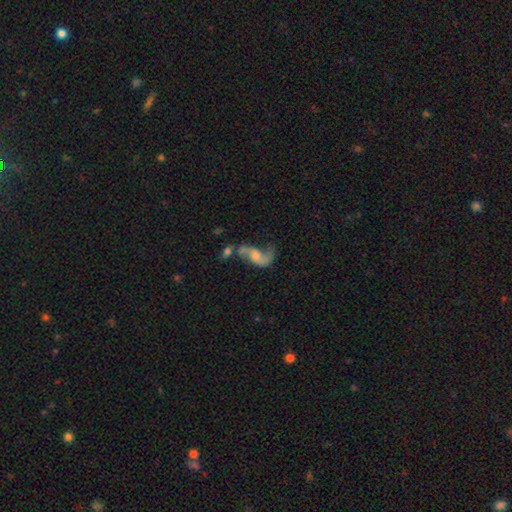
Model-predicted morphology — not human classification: The model was most divided on "bulge size": moderate: 34%, small: 31%, none: 24%, large: 10%, dominant: 2%. Remaining: edge-on disk — no (96%); spiral arms — yes (92%); spiral arm count — 2 (86%); spiral winding — loose (82%); smooth or featured — featured or disk (80%); bar — no (53%); merging — none (41%).